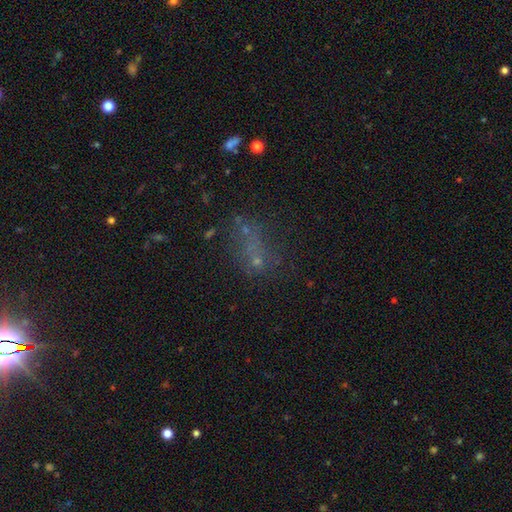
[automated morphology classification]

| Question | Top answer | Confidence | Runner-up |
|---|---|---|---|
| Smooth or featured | smooth | 39% | star or artifact (37%) |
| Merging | none | 45% | major disturbance (24%) |